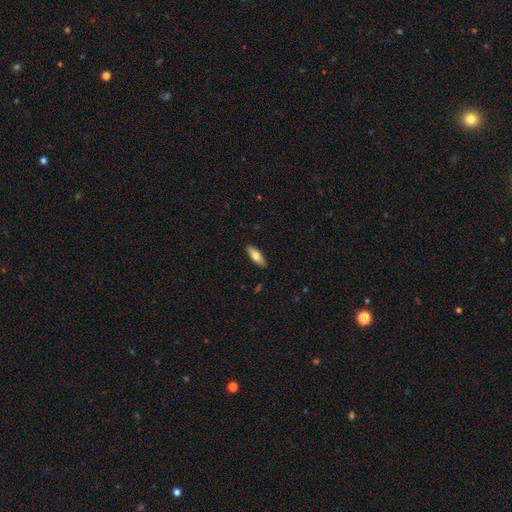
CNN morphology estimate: The model was most divided on "how rounded": in between: 62%, cigar-shaped: 36%, round: 2%. More confident: merging — none (89%); smooth or featured — smooth (71%).